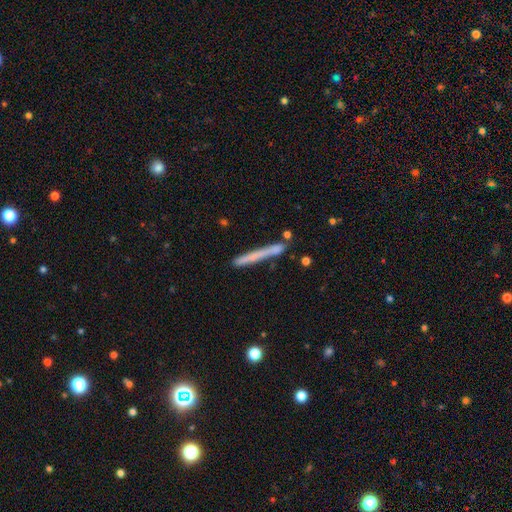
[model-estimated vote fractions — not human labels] The model was most divided on "smooth or featured": smooth: 58%, featured or disk: 35%, star or artifact: 7%. More confident: how rounded — cigar-shaped (97%); merging — none (77%).